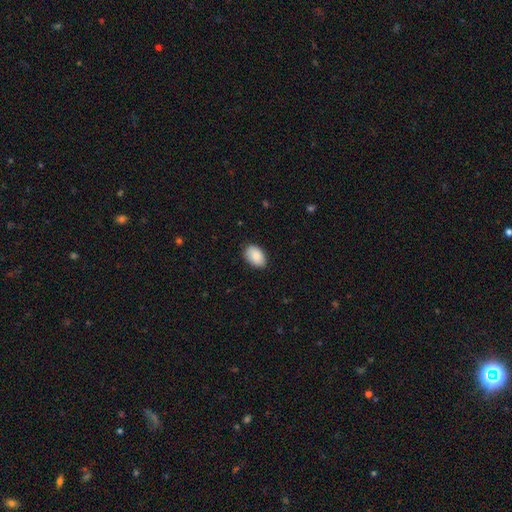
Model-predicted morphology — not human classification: smooth 87%, featured or disk 7%, star or artifact 6%. Down the decision tree: how rounded — in between (89%); merging — none (86%).